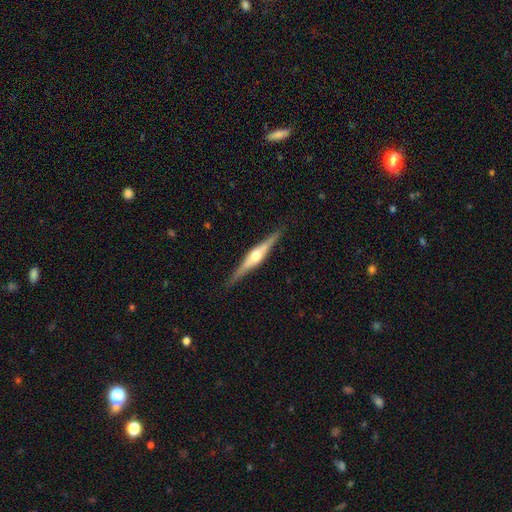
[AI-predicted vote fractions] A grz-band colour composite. It shows a featured or disk galaxy (79%) viewed edge-on (98%) with a rounded central bulge (88%). Merging: none (90%).